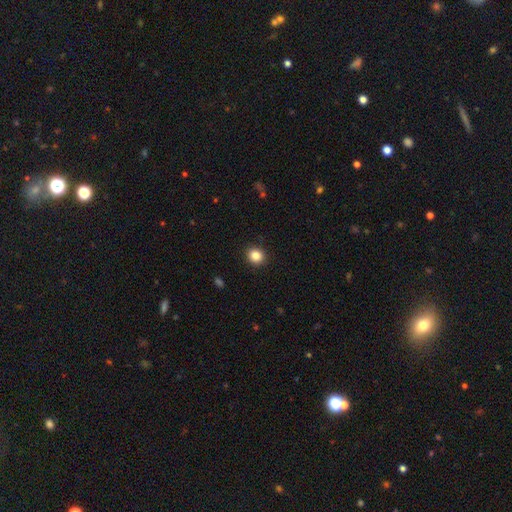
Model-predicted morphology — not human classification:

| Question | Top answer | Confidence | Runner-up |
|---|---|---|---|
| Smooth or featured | smooth | 85% | star or artifact (10%) |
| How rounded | round | 82% | in between (17%) |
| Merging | none | 91% | minor disturbance (6%) |